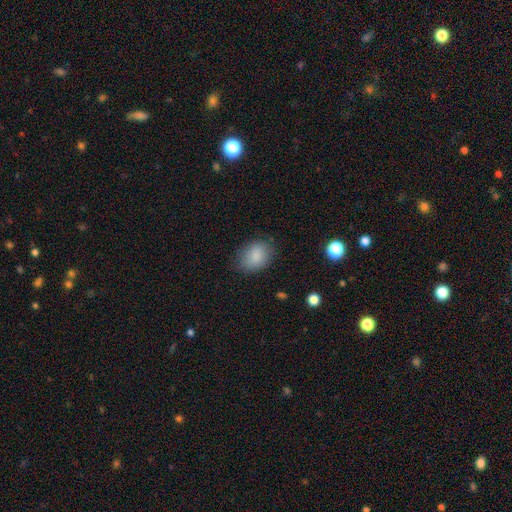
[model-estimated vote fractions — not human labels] A smooth galaxy with no disk features (87%) that is in between round and cigar-shaped (69%).

Vote fractions:
- Smooth or featured? smooth: 87% / star or artifact: 8% / featured or disk: 6%
- How rounded? in between: 69% / round: 30% / cigar-shaped: 1%
- Merging? none: 79% / minor disturbance: 16% / major disturbance: 4% / merger: 1%